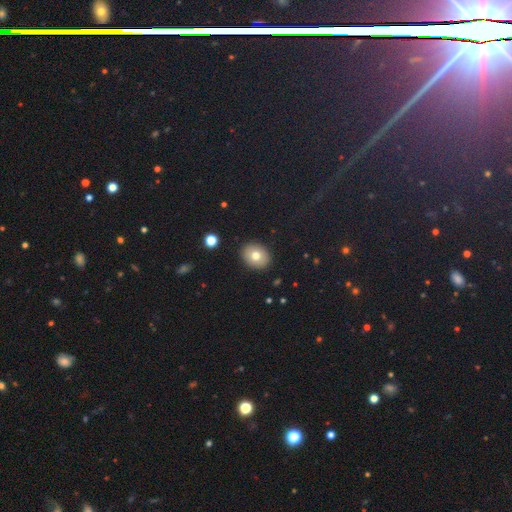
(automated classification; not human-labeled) This appears to be a smooth galaxy with no disk features (74%) that is round (50%). Merging: none (90%).